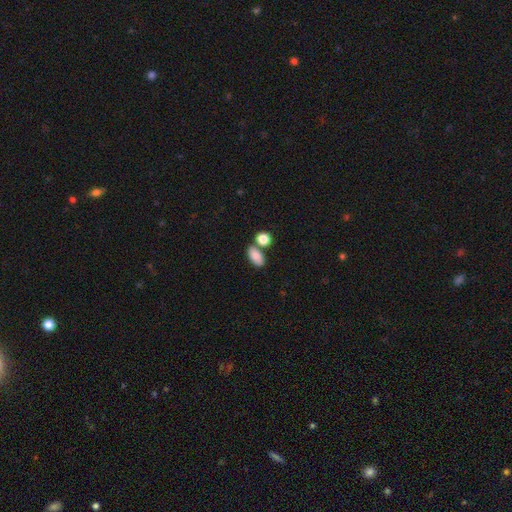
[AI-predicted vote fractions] Morphology: type=smooth (86%); roundness=in between (88%); merging=none (59%).